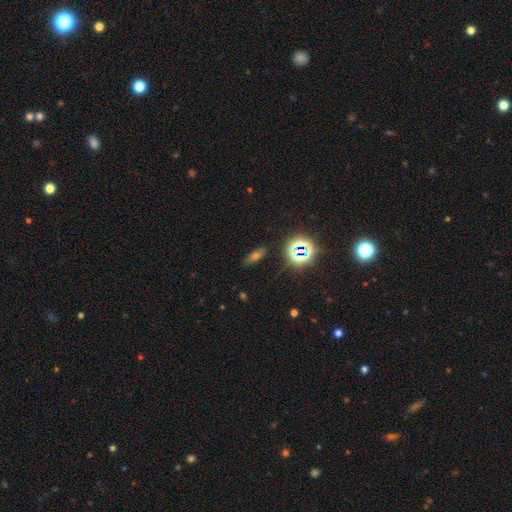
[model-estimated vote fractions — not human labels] Smooth or featured: smooth — 45% (star or artifact — 38%)
Merging: none — 85% (minor disturbance — 10%)